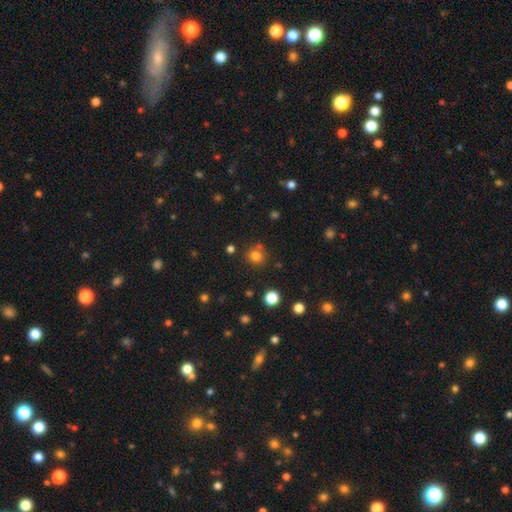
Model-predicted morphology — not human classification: smooth-or-featured: smooth: 78% | star or artifact: 16% | featured or disk: 6%
  how-rounded: round: 89% | in between: 10% | cigar-shaped: 1%
  merging: none: 76% | merger: 12% | minor disturbance: 9% | major disturbance: 3%